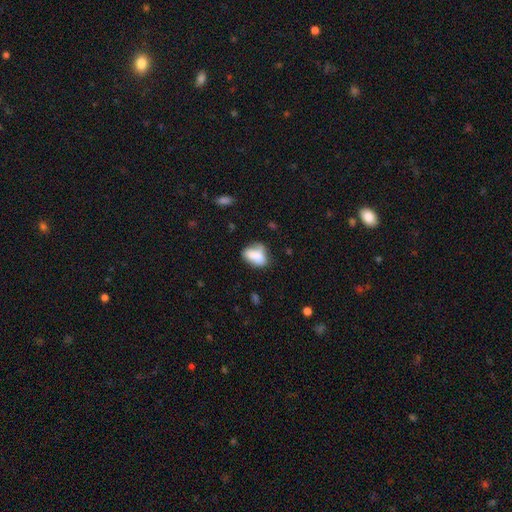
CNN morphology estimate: Q: Smooth or featured?
A: smooth (70%); runner-up: featured or disk (21%)
Q: How rounded?
A: in between (80%); runner-up: round (17%)
Q: Merging?
A: none (35%); runner-up: merger (32%)